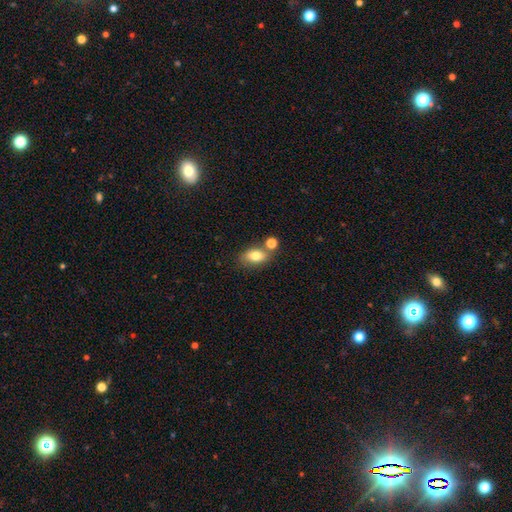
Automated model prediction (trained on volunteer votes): smooth-or-featured: smooth: 77% | featured or disk: 13% | star or artifact: 10%
  how-rounded: in between: 81% | round: 16% | cigar-shaped: 3%
  merging: none: 63% | merger: 19% | minor disturbance: 14% | major disturbance: 4%